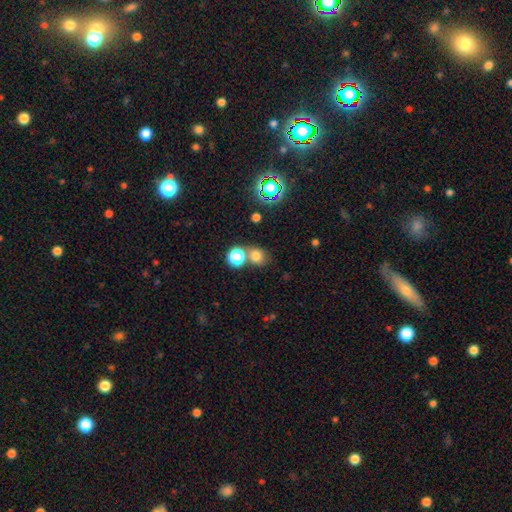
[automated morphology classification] Smooth or featured?
  - smooth: 73% *
  - star or artifact: 19%
  - featured or disk: 8%
How rounded?
  - round: 74% *
  - in between: 25%
  - cigar-shaped: 1%
Merging?
  - none: 58% *
  - merger: 30%
  - minor disturbance: 9%
  - major disturbance: 4%